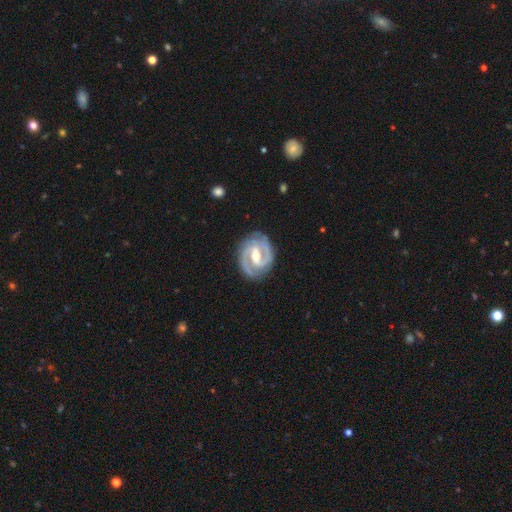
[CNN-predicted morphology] smooth_or_featured: featured or disk (p=0.92) [alt: smooth p=0.04]
disk_edge_on: no (p=0.98) [alt: yes p=0.02]
bar: weak (p=0.43) [tied with: strong p=0.43]
has_spiral_arms: yes (p=0.98) [alt: no p=0.02]
spiral_winding: tight (p=0.57) [alt: medium p=0.38]
spiral_arm_count: 2 (p=0.89) [alt: 3 p=0.04]
bulge_size: moderate (p=0.68) [alt: small p=0.27]
merging: none (p=0.83) [alt: minor disturbance p=0.13]